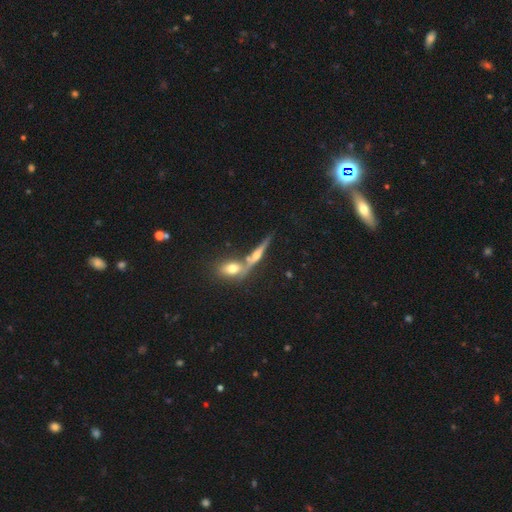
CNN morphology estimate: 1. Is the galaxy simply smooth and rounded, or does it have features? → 64% featured or disk, 25% smooth, 11% star or artifact.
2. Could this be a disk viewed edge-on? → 91% yes, 9% no.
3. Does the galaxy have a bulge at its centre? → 85% rounded, 8% none, 6% boxy.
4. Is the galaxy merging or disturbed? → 59% none, 28% merger, 10% minor disturbance, 4% major disturbance.